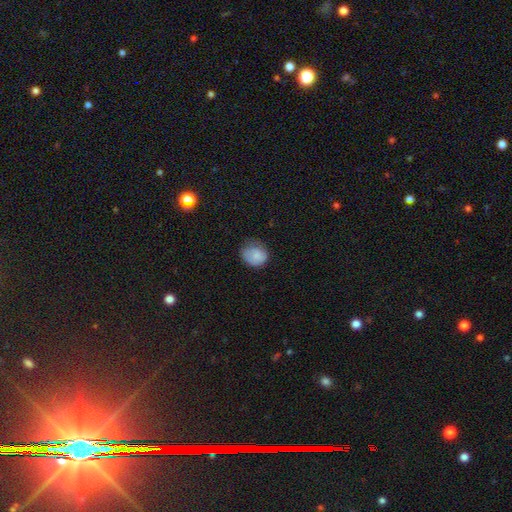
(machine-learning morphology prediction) Smooth or featured?
  - smooth: 82% *
  - featured or disk: 11%
  - star or artifact: 7%
How rounded?
  - round: 66% *
  - in between: 33%
  - cigar-shaped: 1%
Merging?
  - none: 54% *
  - minor disturbance: 33%
  - major disturbance: 11%
  - merger: 1%